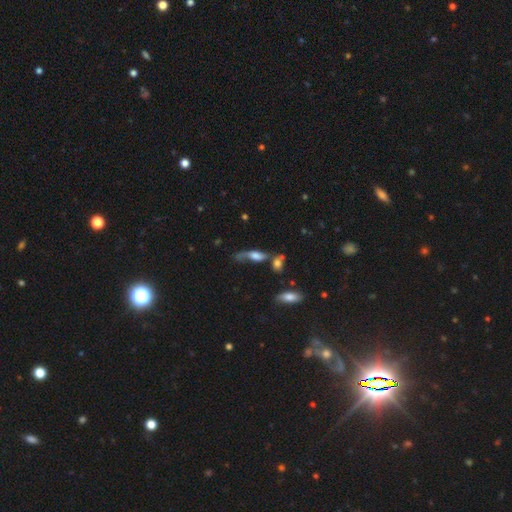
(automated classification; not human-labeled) The model was most divided on "merging": none: 34%, major disturbance: 24%, minor disturbance: 23%, merger: 20%. More confident: how rounded — in between (59%); smooth or featured — smooth (51%).